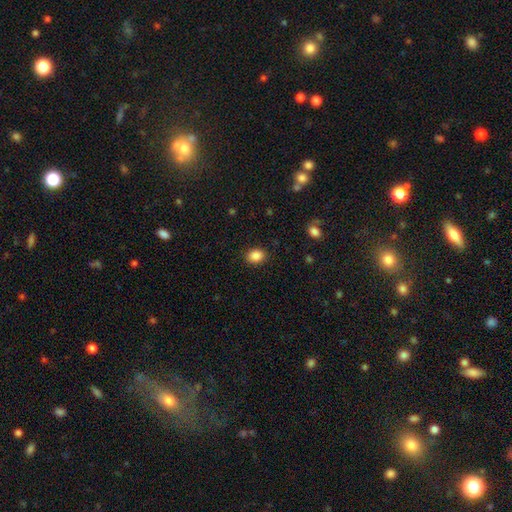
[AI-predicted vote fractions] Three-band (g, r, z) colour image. It shows a smooth galaxy with no disk features (88%) that is in between round and cigar-shaped (57%). Merging: none (88%).